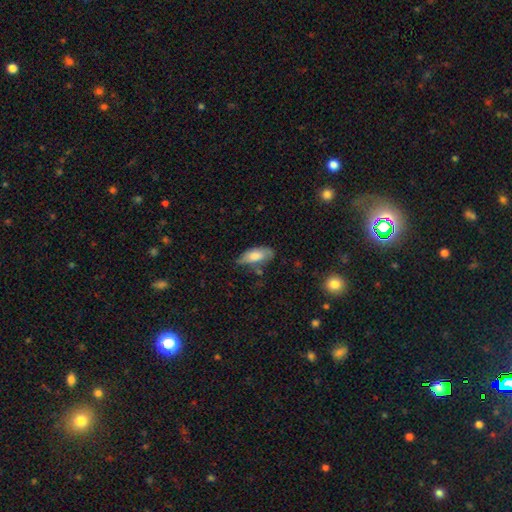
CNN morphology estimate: type=smooth (73%); roundness=in between (84%); merging=none (55%).